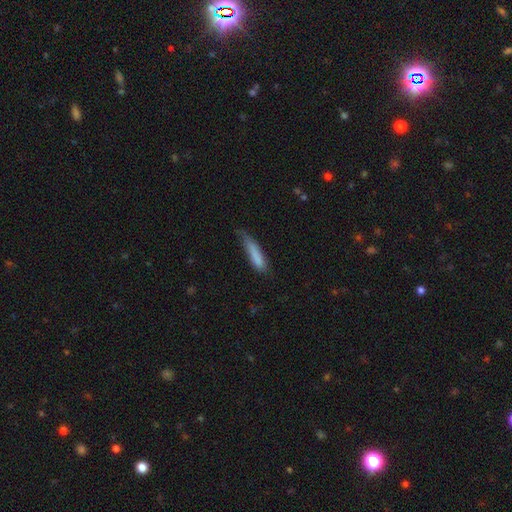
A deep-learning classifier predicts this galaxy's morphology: Smooth or featured? Predicted: smooth (p=0.81). How rounded? Predicted: cigar-shaped (p=0.81). Merging? Predicted: none (p=0.46).